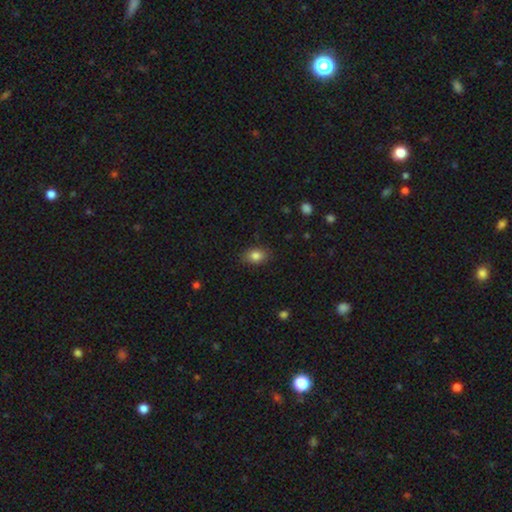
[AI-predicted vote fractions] This appears to be a smooth galaxy with no disk features (83%) that is in between round and cigar-shaped (77%). Merging: none (86%).